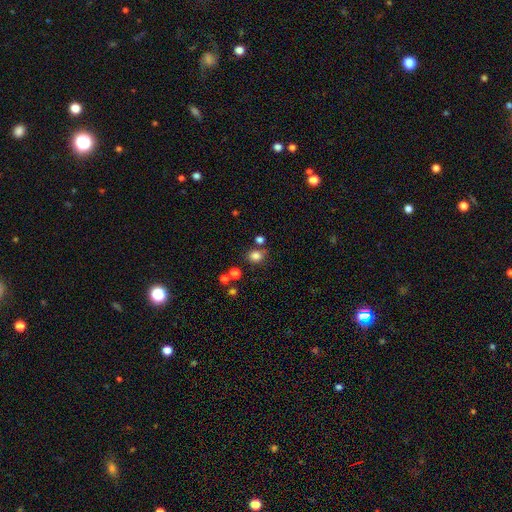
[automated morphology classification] A smooth galaxy with no disk features (81%) that is round (67%). Merging: none (71%).